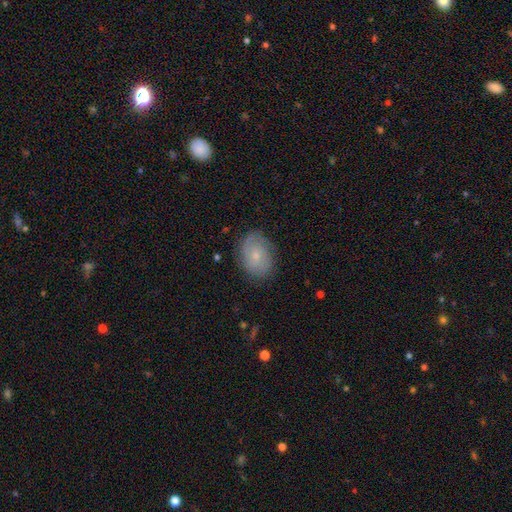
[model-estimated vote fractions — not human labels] Smooth or featured?
  - smooth: 47% *
  - featured or disk: 45%
  - star or artifact: 8%
Merging?
  - none: 76% *
  - minor disturbance: 18%
  - major disturbance: 5%
  - merger: 1%